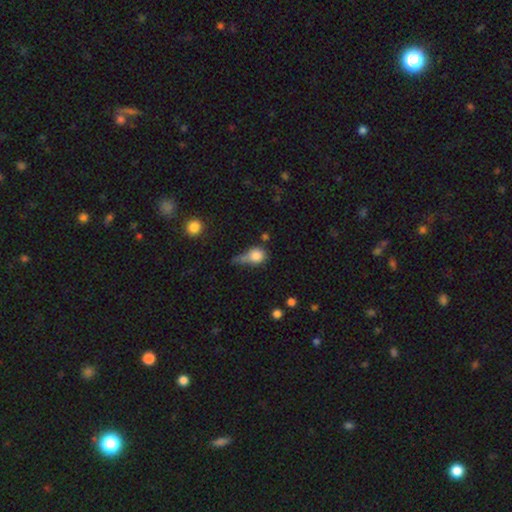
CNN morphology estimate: Smooth or featured? Predicted: smooth (p=0.76). How rounded? Predicted: round (p=0.66). Merging? Predicted: minor disturbance (p=0.28).